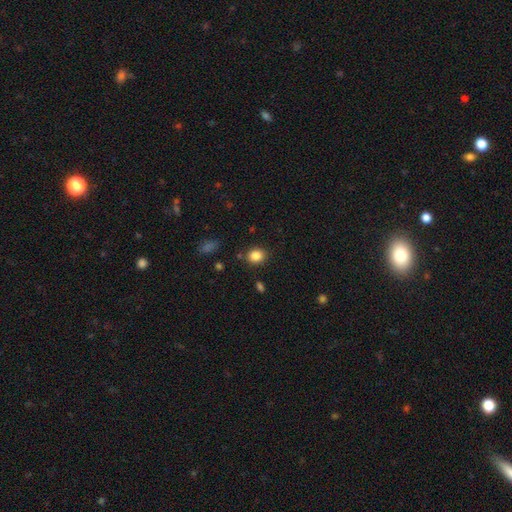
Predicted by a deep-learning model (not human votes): Smooth or featured? smooth (85%)
How rounded? round (71%)
Merging? none (85%)